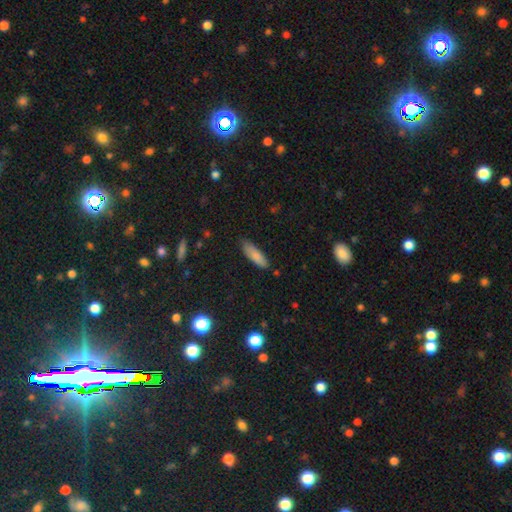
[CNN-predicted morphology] type=smooth (85%); roundness=in between (50%); merging=none (80%).